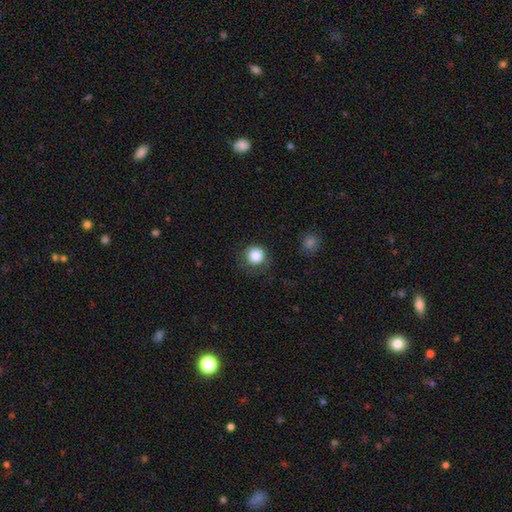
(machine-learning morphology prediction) This is clearly a smooth galaxy (86%). How rounded: clearly round (94%). Merging: likely none (77%).